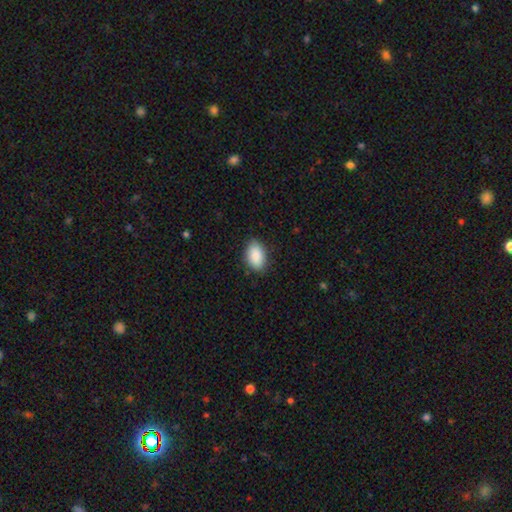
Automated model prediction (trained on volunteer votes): This is clearly a smooth galaxy (88%). How rounded: clearly in between (90%). Merging: clearly none (85%).